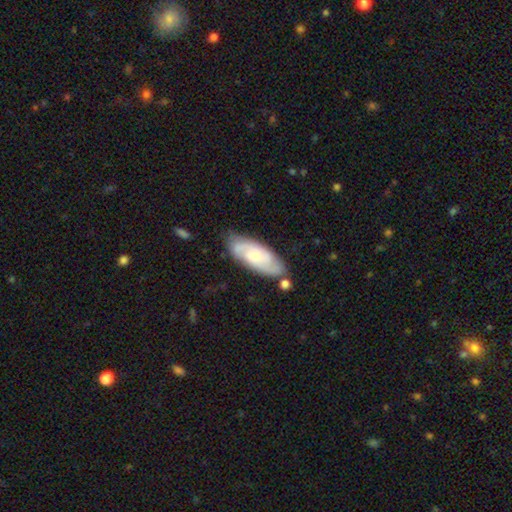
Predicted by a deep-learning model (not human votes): Smooth or featured: featured or disk — 68% (smooth — 27%)
Edge-on disk: no — 91% (yes — 9%)
Bar: no — 57% (weak — 36%)
Spiral arms: yes — 94% (no — 6%)
Spiral winding: tight — 45% (medium — 43%)
Spiral arm count: 2 — 61% (can't tell — 19%)
Bulge size: small — 54% (moderate — 32%)
Merging: none — 75% (minor disturbance — 17%)